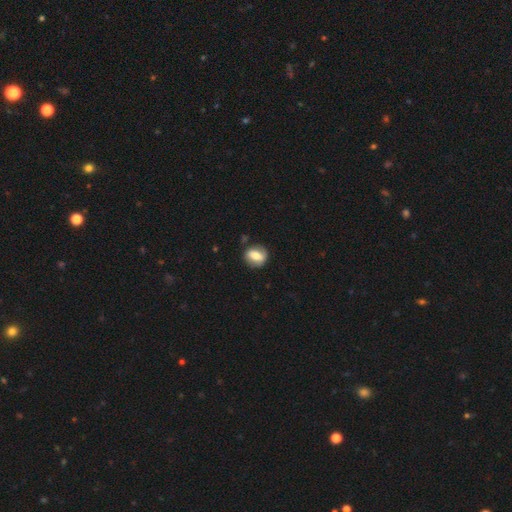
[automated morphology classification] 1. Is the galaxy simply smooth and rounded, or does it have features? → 63% smooth, 29% featured or disk, 8% star or artifact.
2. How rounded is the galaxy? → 49% in between, 48% round, 3% cigar-shaped.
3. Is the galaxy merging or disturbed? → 79% none, 15% minor disturbance, 4% major disturbance, 2% merger.